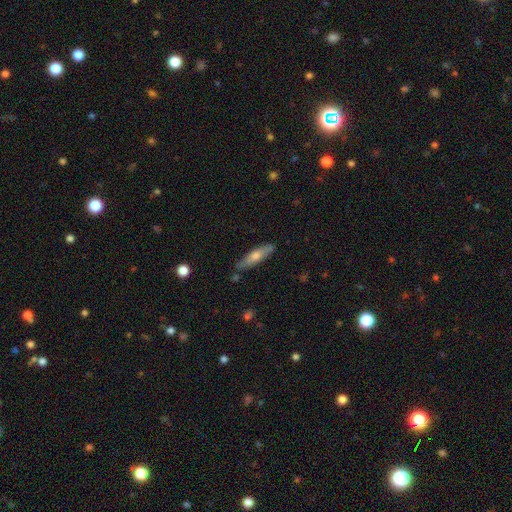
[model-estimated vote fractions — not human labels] Smooth or featured: smooth — 53% (featured or disk — 41%)
How rounded: cigar-shaped — 74% (in between — 24%)
Merging: none — 80% (minor disturbance — 15%)